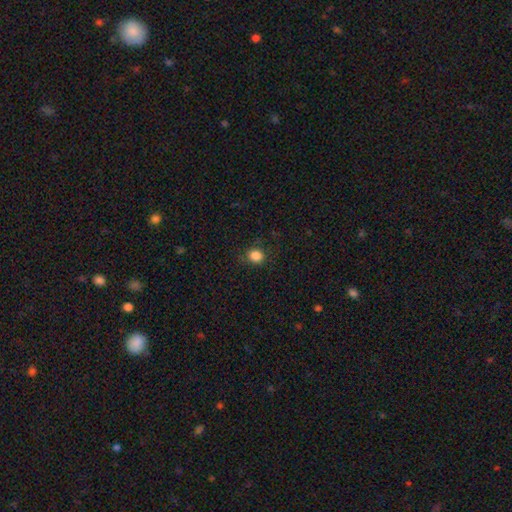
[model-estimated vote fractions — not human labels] smooth 85%, star or artifact 12%, featured or disk 4%. Down the decision tree: how rounded — round (83%); merging — none (84%).